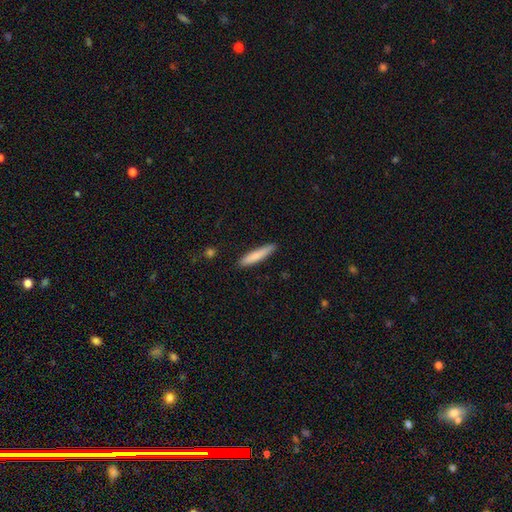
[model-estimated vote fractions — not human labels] Q: Smooth or featured?
A: smooth (82%); runner-up: featured or disk (13%)
Q: How rounded?
A: cigar-shaped (90%); runner-up: in between (9%)
Q: Merging?
A: none (88%); runner-up: minor disturbance (9%)